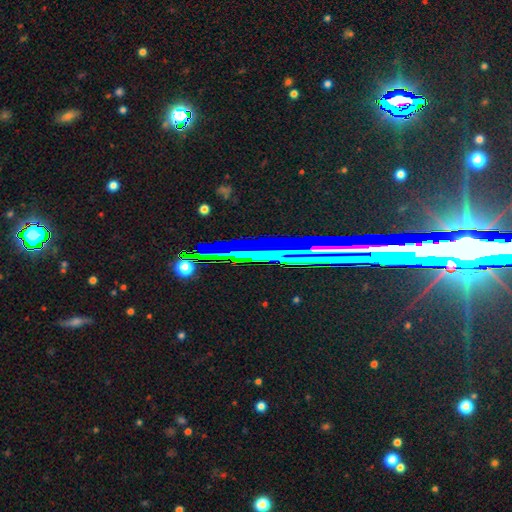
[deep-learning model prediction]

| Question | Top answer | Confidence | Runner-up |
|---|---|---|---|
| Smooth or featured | star or artifact | 69% | featured or disk (18%) |